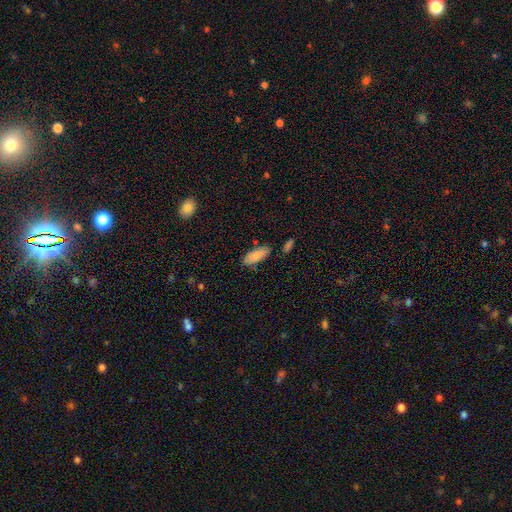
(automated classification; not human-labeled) The model was most divided on "merging": none: 76%, minor disturbance: 16%, merger: 5%, major disturbance: 3%. More confident: smooth or featured — smooth (83%); how rounded — in between (82%).